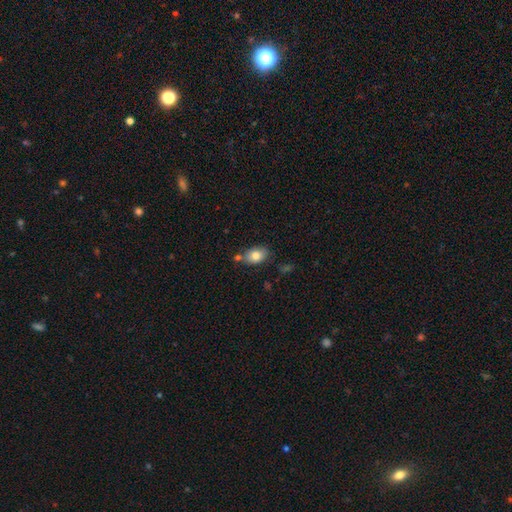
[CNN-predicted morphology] A smooth galaxy with no disk features (80%) that is in between round and cigar-shaped (84%).

Vote fractions:
- Smooth or featured? smooth: 80% / featured or disk: 12% / star or artifact: 8%
- How rounded? in between: 84% / round: 15% / cigar-shaped: 1%
- Merging? none: 69% / minor disturbance: 16% / merger: 12% / major disturbance: 3%